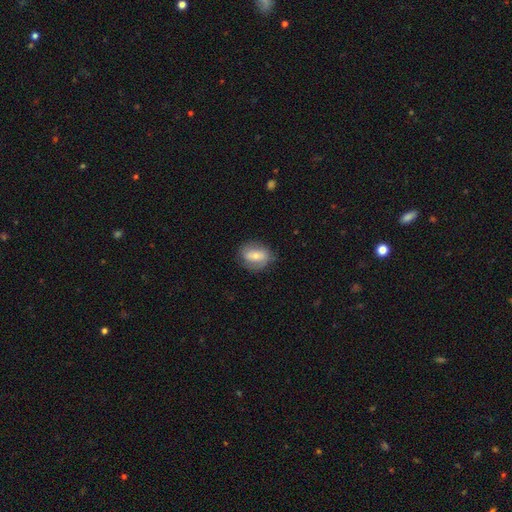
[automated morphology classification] Smooth or featured? smooth (52%)
How rounded? in between (61%)
Merging? none (74%)